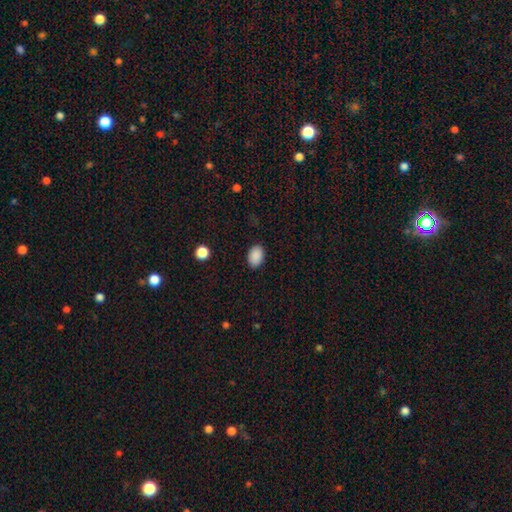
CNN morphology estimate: The model was most divided on "how rounded": in between: 86%, round: 13%, cigar-shaped: 1%. More confident: smooth or featured — smooth (90%); merging — none (89%).